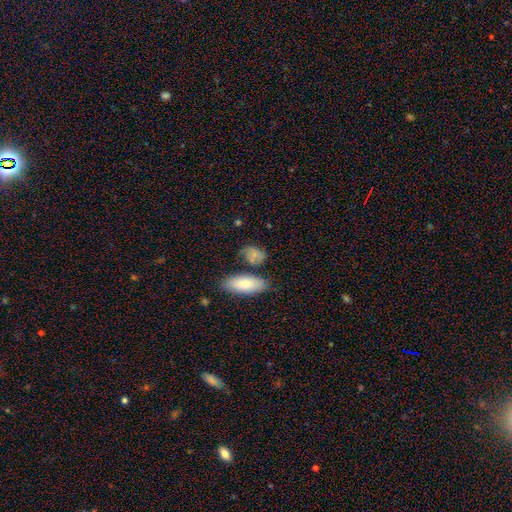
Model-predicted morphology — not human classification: A smooth galaxy with no disk features (76%) that is in between round and cigar-shaped (77%). Merging: none (62%).